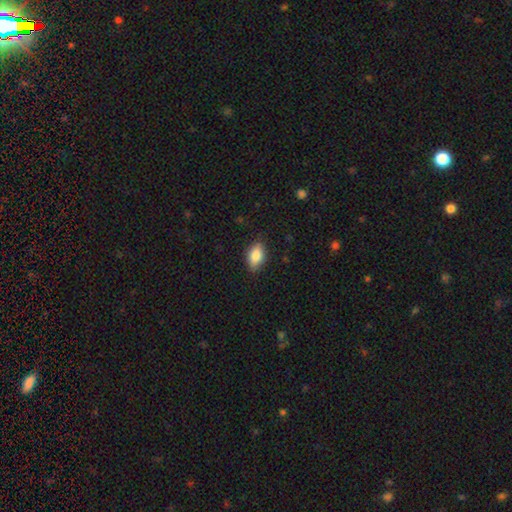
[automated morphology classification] Smooth or featured: smooth — 84% (featured or disk — 9%)
How rounded: in between — 88% (round — 8%)
Merging: none — 82% (minor disturbance — 14%)